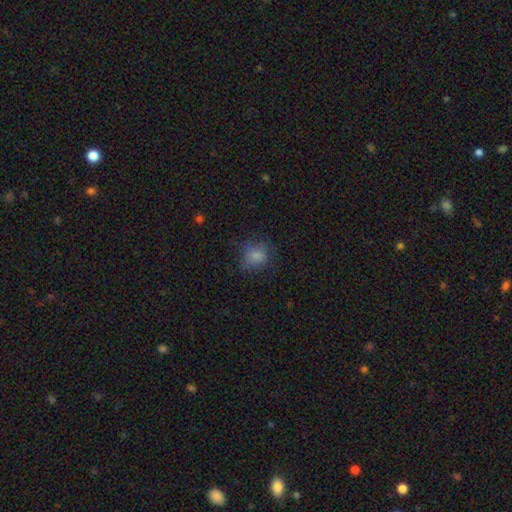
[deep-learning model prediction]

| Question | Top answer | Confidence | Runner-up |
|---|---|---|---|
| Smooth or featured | smooth | 77% | star or artifact (12%) |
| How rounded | round | 67% | in between (32%) |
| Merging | none | 68% | minor disturbance (20%) |